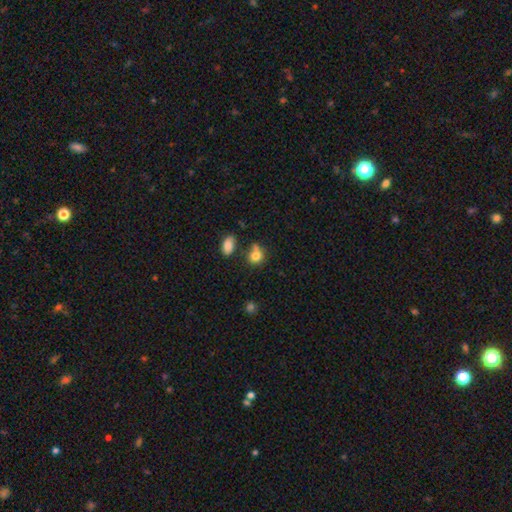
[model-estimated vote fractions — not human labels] smooth-or-featured: smooth: 80% | star or artifact: 11% | featured or disk: 9%
  how-rounded: round: 73% | in between: 26% | cigar-shaped: 1%
  merging: none: 54% | merger: 24% | minor disturbance: 16% | major disturbance: 6%